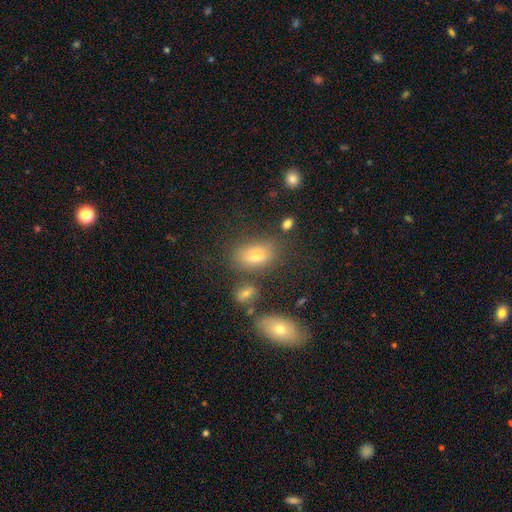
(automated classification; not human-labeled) smooth 73%, featured or disk 15%, star or artifact 13%. Down the decision tree: how rounded — in between (86%); merging — none (68%).